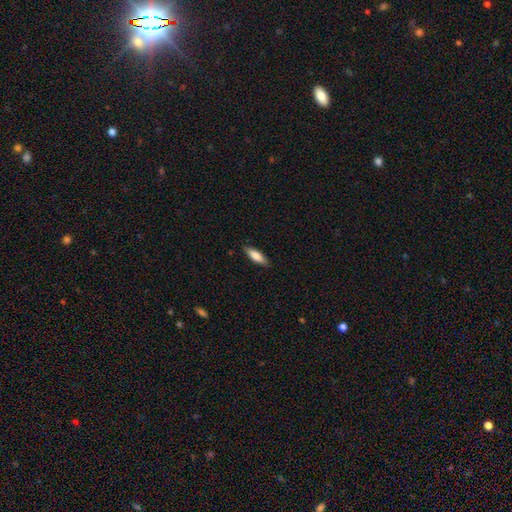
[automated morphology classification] This is clearly a smooth galaxy (81%). How rounded: possibly in between (52%). Merging: clearly none (86%).